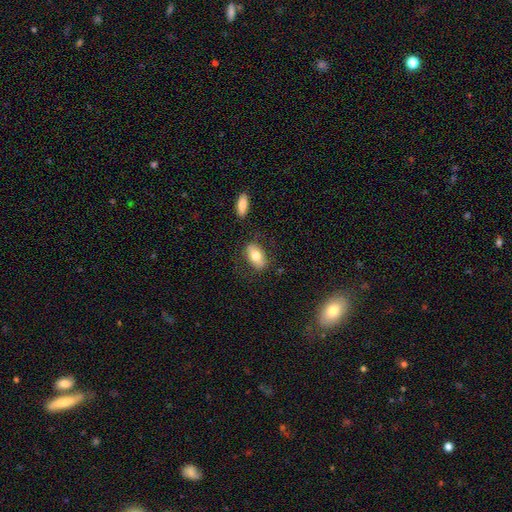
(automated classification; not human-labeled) Smooth or featured?
  - smooth: 73% *
  - featured or disk: 20%
  - star or artifact: 7%
How rounded?
  - in between: 88% *
  - cigar-shaped: 6%
  - round: 6%
Merging?
  - none: 76% *
  - minor disturbance: 14%
  - major disturbance: 5%
  - merger: 4%